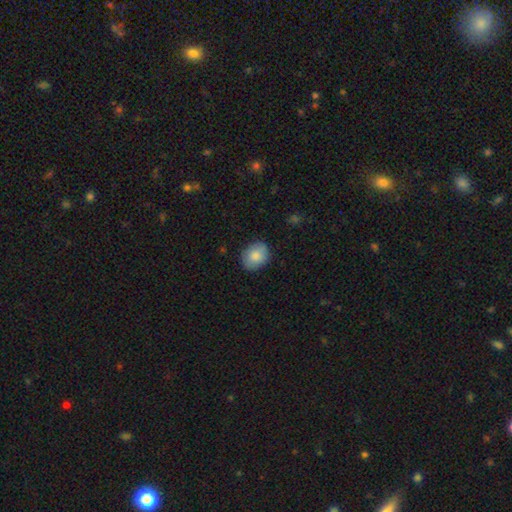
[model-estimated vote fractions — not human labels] smooth_or_featured: smooth (p=0.85) [alt: featured or disk p=0.08]
how_rounded: in between (p=0.54) [alt: round p=0.45]
merging: none (p=0.86) [alt: minor disturbance p=0.11]